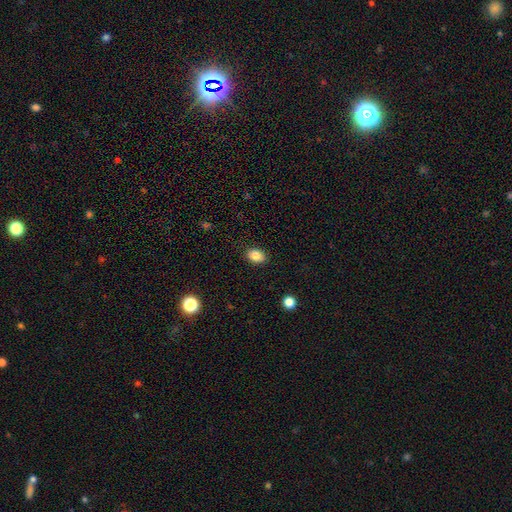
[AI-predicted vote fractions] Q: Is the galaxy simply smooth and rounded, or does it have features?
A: smooth — 86%.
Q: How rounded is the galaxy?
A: in between — 77%.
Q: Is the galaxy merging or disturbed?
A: none — 88%.